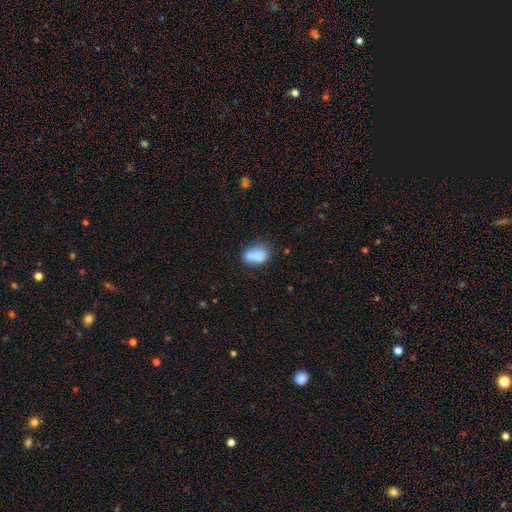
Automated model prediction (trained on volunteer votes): Overall: smooth (83%). How rounded: in between (86%). Merging: none (63%; minor disturbance 23%).